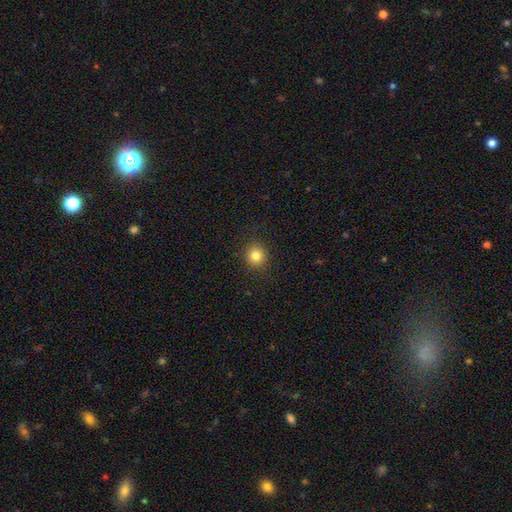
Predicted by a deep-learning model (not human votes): Overall: smooth (83%). How rounded: round (89%). Merging: none (91%).